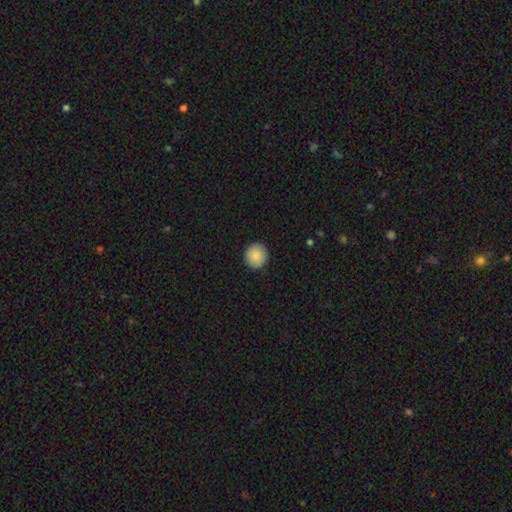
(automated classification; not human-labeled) A smooth galaxy with no disk features (88%) that is round (92%). Merging: none (92%).